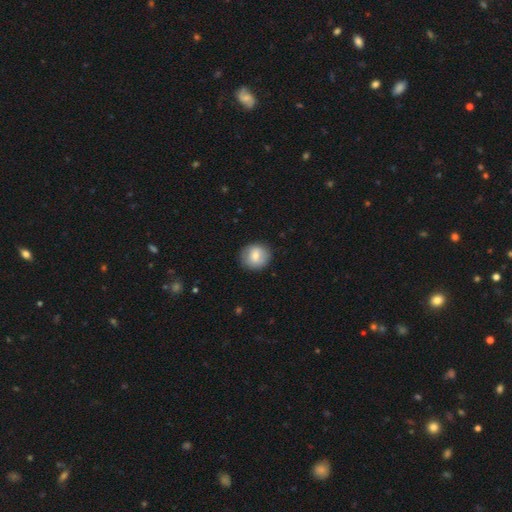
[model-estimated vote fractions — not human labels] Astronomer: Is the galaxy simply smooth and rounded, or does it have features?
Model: smooth — 67%.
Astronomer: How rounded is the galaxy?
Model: round — 87%.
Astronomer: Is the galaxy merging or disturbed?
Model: none — 85%.